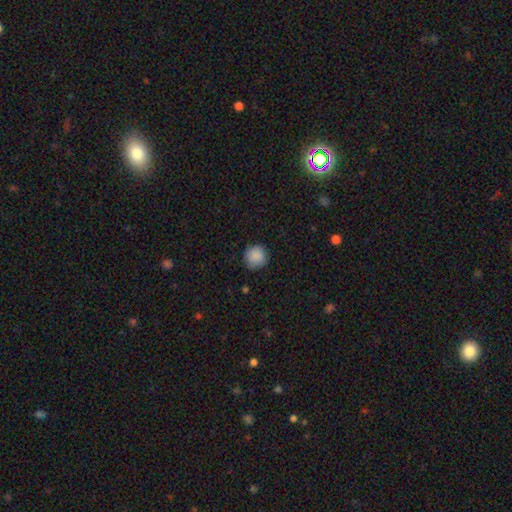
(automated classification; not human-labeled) smooth-or-featured: smooth: 89% | star or artifact: 8% | featured or disk: 3%
  how-rounded: round: 94% | in between: 5% | cigar-shaped: 1%
  merging: none: 87% | minor disturbance: 9% | major disturbance: 2% | merger: 1%